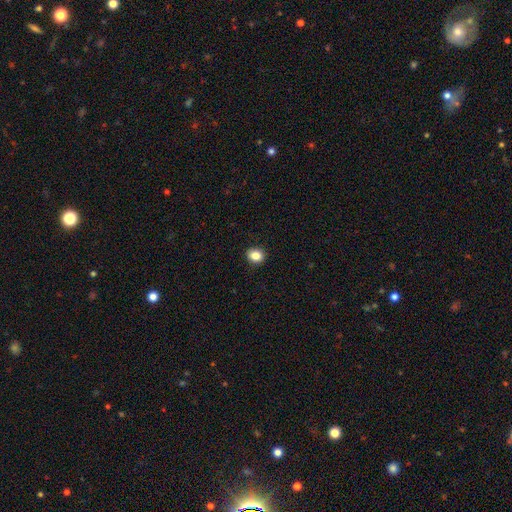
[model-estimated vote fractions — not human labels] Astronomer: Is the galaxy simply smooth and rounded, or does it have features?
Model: smooth — 85%.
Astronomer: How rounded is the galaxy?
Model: round — 65%.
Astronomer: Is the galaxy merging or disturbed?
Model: none — 91%.